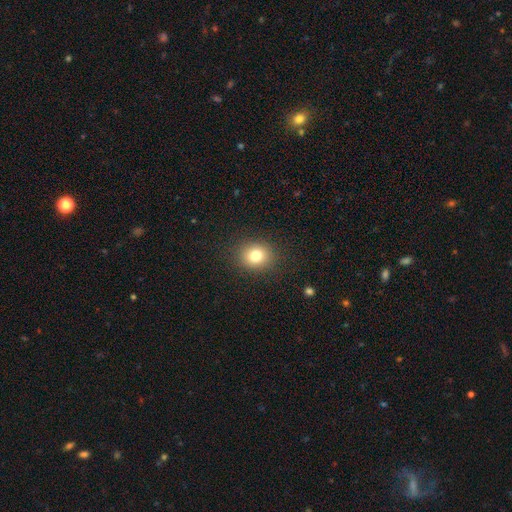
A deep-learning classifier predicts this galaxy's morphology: smooth 79%, star or artifact 12%, featured or disk 9%. Down the decision tree: how rounded — round (69%); merging — none (88%).